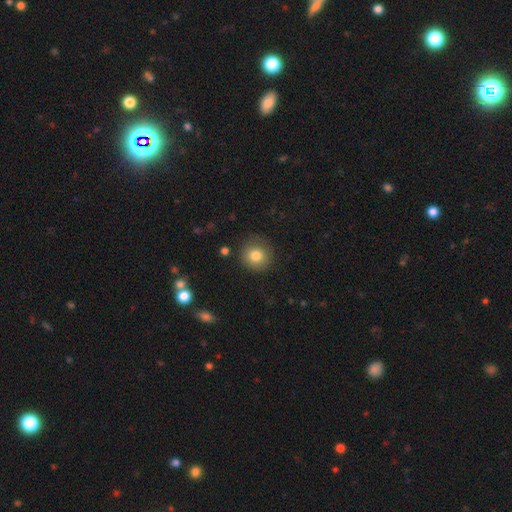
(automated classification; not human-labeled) smooth_or_featured: smooth (p=0.81) [alt: star or artifact p=0.10]
how_rounded: round (p=0.90) [alt: in between p=0.09]
merging: none (p=0.85) [alt: minor disturbance p=0.10]